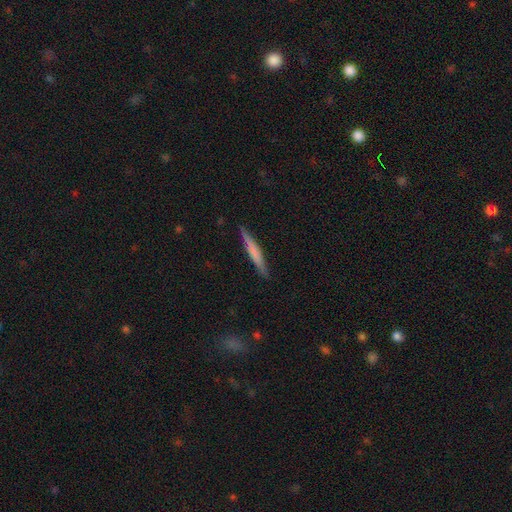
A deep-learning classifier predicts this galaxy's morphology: Q: Smooth or featured?
A: featured or disk (44%); runner-up: smooth (42%)
Q: Merging?
A: none (88%); runner-up: minor disturbance (8%)